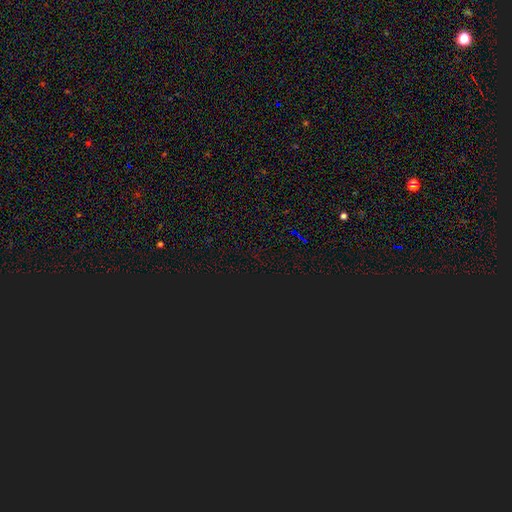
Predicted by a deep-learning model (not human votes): Overall: star or artifact (82%).